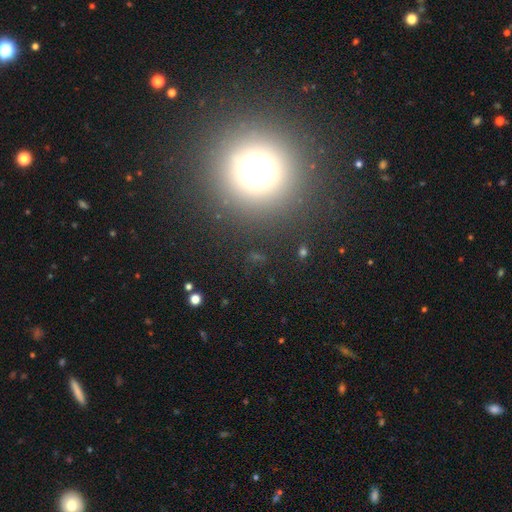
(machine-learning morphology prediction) This appears to be a smooth galaxy with no disk features (53%) that is round (92%). Merging: none (87%).